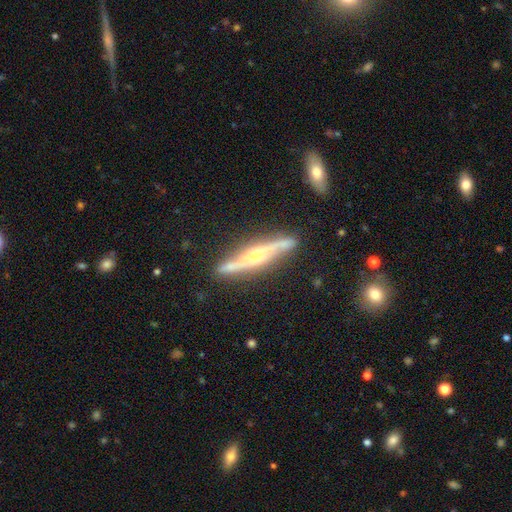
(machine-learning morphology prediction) Smooth or featured? featured or disk (78%)
Edge-on disk? yes (83%)
Edge-on bulge? rounded (74%)
Merging? none (76%)